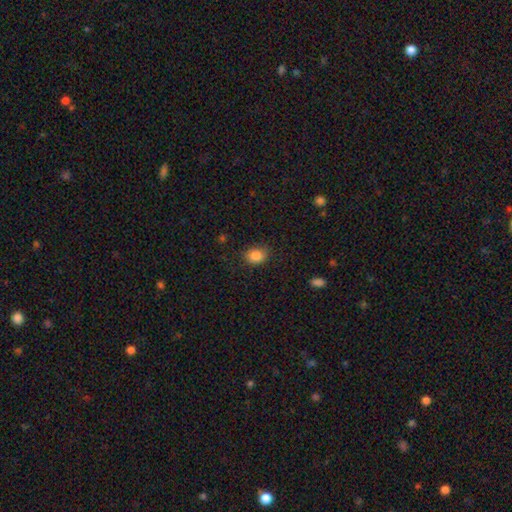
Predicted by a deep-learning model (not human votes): Smooth or featured: smooth — 85% (star or artifact — 10%)
How rounded: in between — 50% (round — 49%)
Merging: none — 82% (minor disturbance — 14%)